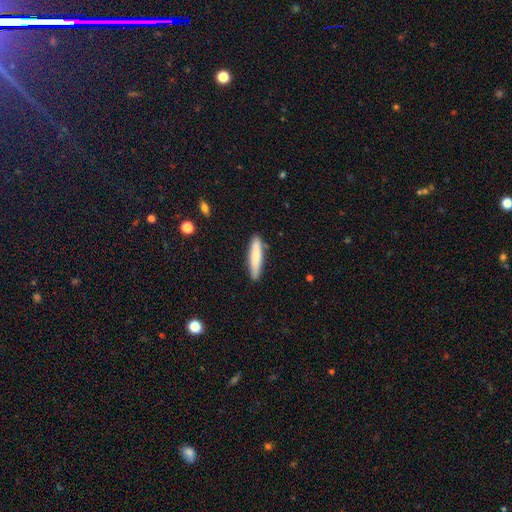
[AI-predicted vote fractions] smooth 78%, featured or disk 16%, star or artifact 6%. Down the decision tree: how rounded — cigar-shaped (84%); merging — none (85%).